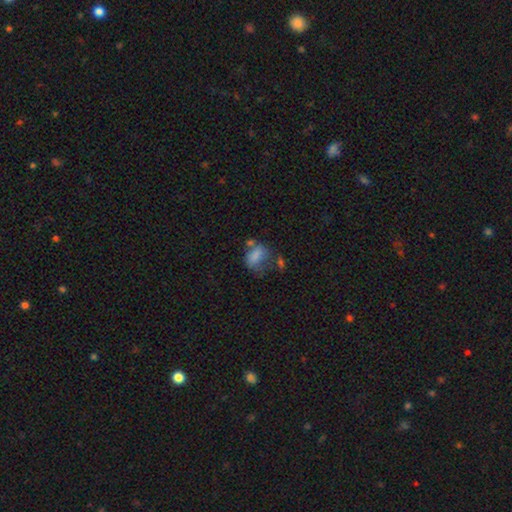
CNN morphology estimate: Q: Smooth or featured?
A: smooth (75%); runner-up: featured or disk (14%)
Q: How rounded?
A: in between (79%); runner-up: round (19%)
Q: Merging?
A: none (34%); runner-up: minor disturbance (24%)